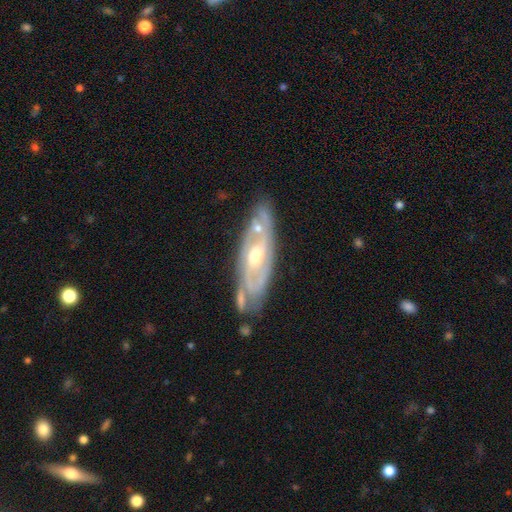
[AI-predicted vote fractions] Smooth or featured? Predicted: featured or disk (p=0.81). Edge-on disk? Predicted: no (p=0.78). Bar? Predicted: no (p=0.56). Spiral arms? Predicted: yes (p=0.80). Spiral winding? Predicted: tight (p=0.60). Spiral arm count? Predicted: can't tell (p=0.49). Bulge size? Predicted: moderate (p=0.68). Merging? Predicted: none (p=0.69).